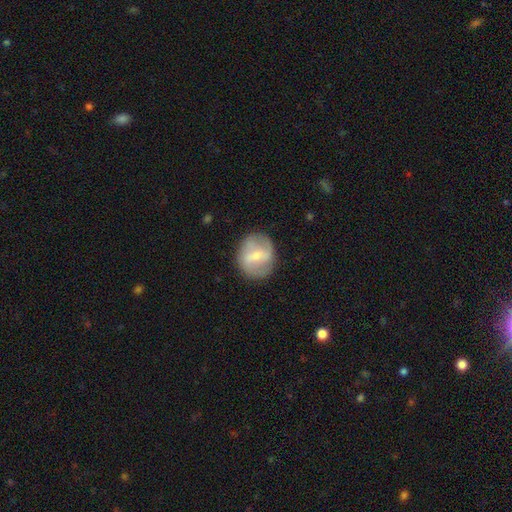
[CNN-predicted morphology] smooth_or_featured: featured or disk (p=0.60) [alt: smooth p=0.34]
disk_edge_on: no (p=0.96) [alt: yes p=0.04]
bar: weak (p=0.45) [alt: strong p=0.38]
has_spiral_arms: yes (p=0.68) [alt: no p=0.32]
bulge_size: small (p=0.57) [alt: moderate p=0.33]
merging: none (p=0.79) [alt: minor disturbance p=0.14]